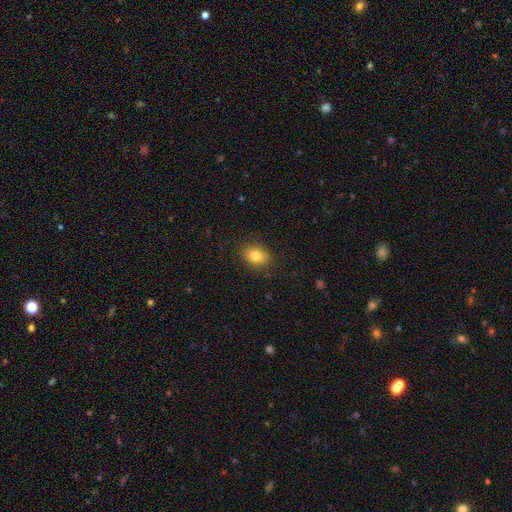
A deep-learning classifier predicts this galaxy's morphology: The model was most divided on "how rounded": in between: 62%, round: 37%, cigar-shaped: 1%. More confident: merging — none (86%); smooth or featured — smooth (81%).